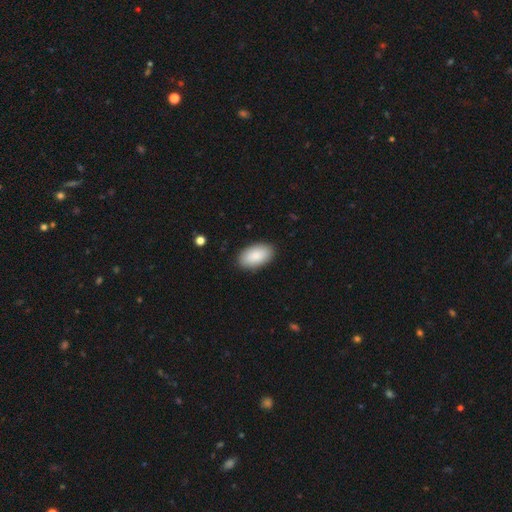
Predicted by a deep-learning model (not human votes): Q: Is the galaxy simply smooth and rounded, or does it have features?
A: smooth — 89%.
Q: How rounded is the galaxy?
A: in between — 95%.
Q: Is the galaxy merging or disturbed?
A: none — 88%.